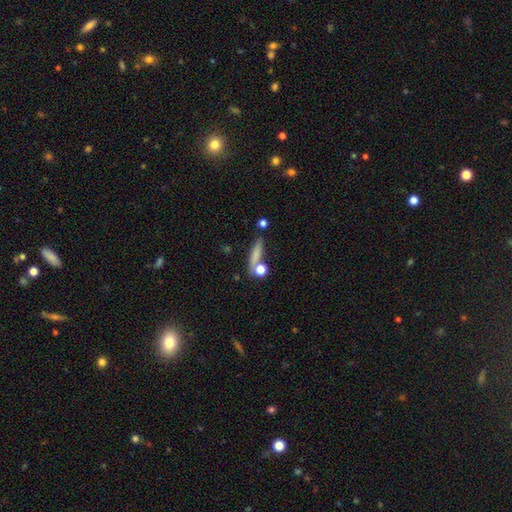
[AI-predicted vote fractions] The model was most divided on "how rounded": cigar-shaped: 68%, in between: 21%, round: 10%. More confident: smooth or featured — smooth (74%); merging — none (67%).